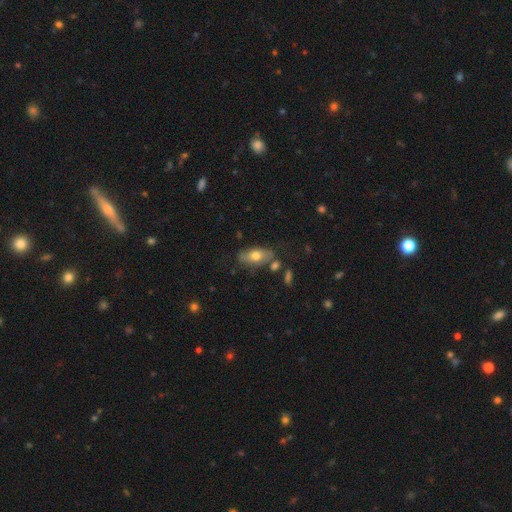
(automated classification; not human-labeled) smooth_or_featured: smooth (p=0.62) [alt: featured or disk p=0.31]
how_rounded: in between (p=0.85) [alt: cigar-shaped p=0.10]
merging: none (p=0.66) [alt: minor disturbance p=0.20]